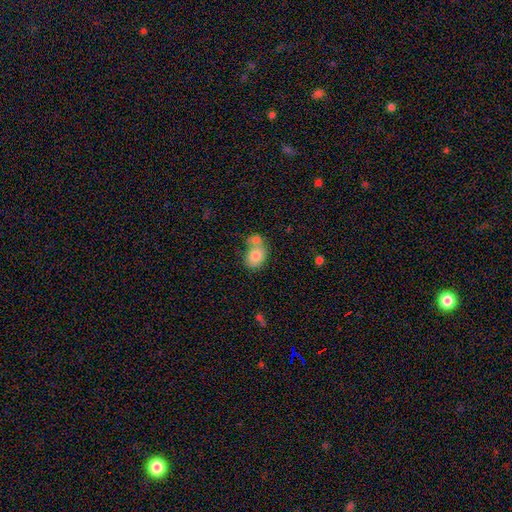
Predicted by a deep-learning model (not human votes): This appears to be a smooth galaxy with no disk features (79%) that is in between round and cigar-shaped (62%). Merging: merger (48%).